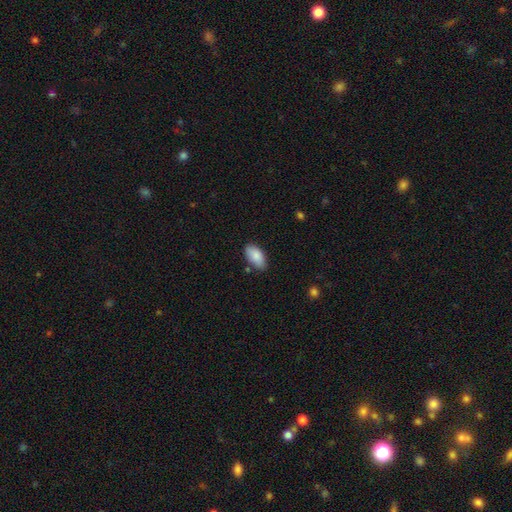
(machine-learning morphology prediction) Smooth or featured: smooth — 87% (star or artifact — 6%)
How rounded: in between — 94% (cigar-shaped — 3%)
Merging: none — 75% (minor disturbance — 19%)